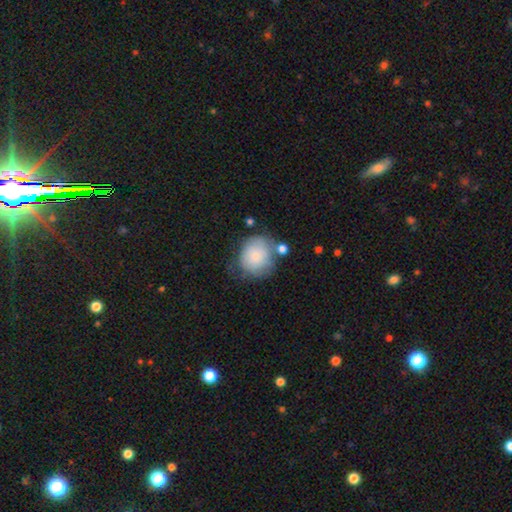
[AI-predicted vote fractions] The model was most divided on "merging": none: 53%, minor disturbance: 25%, merger: 11%, major disturbance: 10%. More confident: how rounded — round (80%); smooth or featured — smooth (79%).